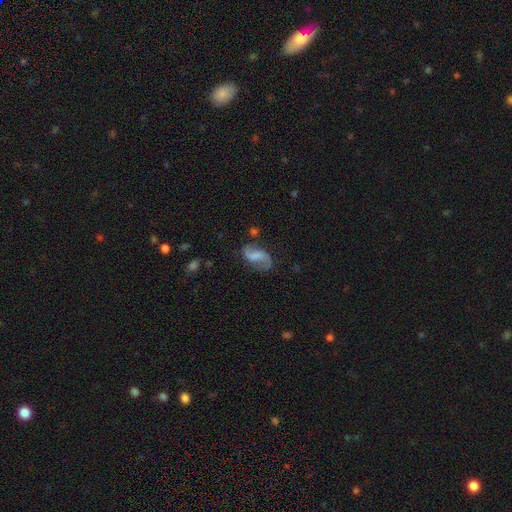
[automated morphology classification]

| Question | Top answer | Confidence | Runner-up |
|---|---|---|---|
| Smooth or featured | featured or disk | 70% | smooth (22%) |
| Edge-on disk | no | 97% | yes (3%) |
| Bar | weak | 47% | no (28%) |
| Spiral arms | yes | 91% | no (9%) |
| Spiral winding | loose | 68% | medium (26%) |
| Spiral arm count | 2 | 89% | 1 (5%) |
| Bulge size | none | 54% | small (22%) |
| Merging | none | 64% | minor disturbance (21%) |